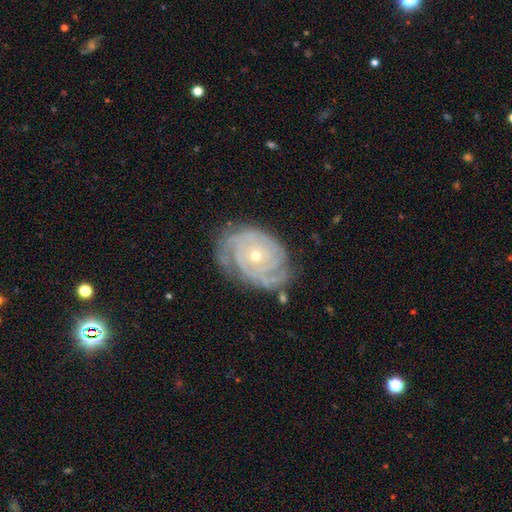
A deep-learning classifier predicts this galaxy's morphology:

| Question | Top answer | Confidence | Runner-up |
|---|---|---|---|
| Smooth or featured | featured or disk | 88% | smooth (7%) |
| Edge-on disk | no | 97% | yes (3%) |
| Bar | no | 81% | weak (15%) |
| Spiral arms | yes | 97% | no (3%) |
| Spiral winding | tight | 80% | medium (17%) |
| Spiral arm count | can't tell | 26% | 3 (25%) |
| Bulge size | small | 65% | moderate (32%) |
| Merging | none | 73% | minor disturbance (19%) |